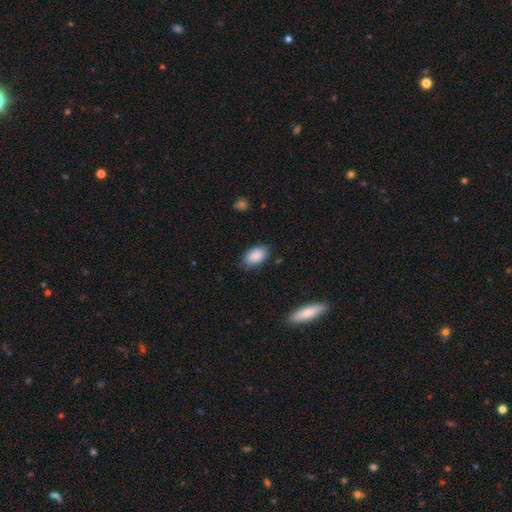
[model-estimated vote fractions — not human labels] This is clearly a smooth galaxy (88%). How rounded: clearly in between (93%). Merging: likely none (77%).